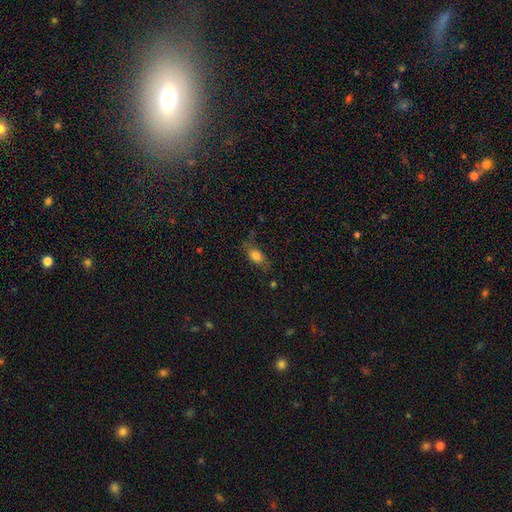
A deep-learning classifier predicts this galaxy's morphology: smooth_or_featured: smooth (p=0.75) [alt: featured or disk p=0.14]
how_rounded: in between (p=0.82) [alt: cigar-shaped p=0.10]
merging: none (p=0.64) [alt: minor disturbance p=0.24]